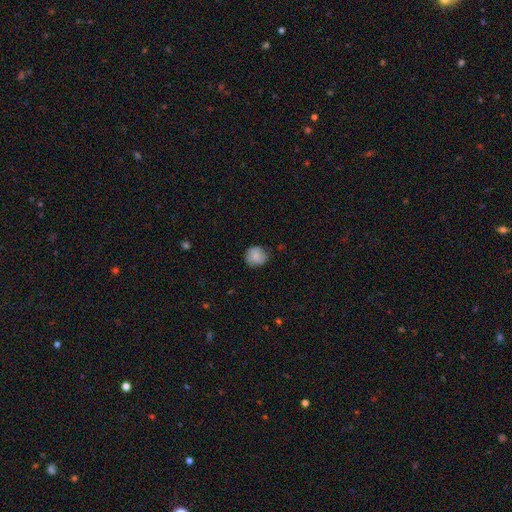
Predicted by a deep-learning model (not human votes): Smooth or featured? Predicted: smooth (p=0.76). How rounded? Predicted: round (p=0.88). Merging? Predicted: none (p=0.79).